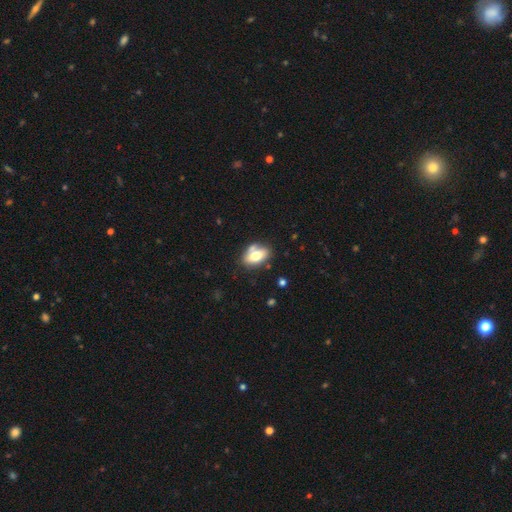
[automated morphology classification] A smooth galaxy with no disk features (69%) that is in between round and cigar-shaped (87%).

Vote fractions:
- Smooth or featured? smooth: 69% / featured or disk: 23% / star or artifact: 8%
- How rounded? in between: 87% / round: 10% / cigar-shaped: 3%
- Merging? none: 61% / minor disturbance: 17% / merger: 17% / major disturbance: 5%